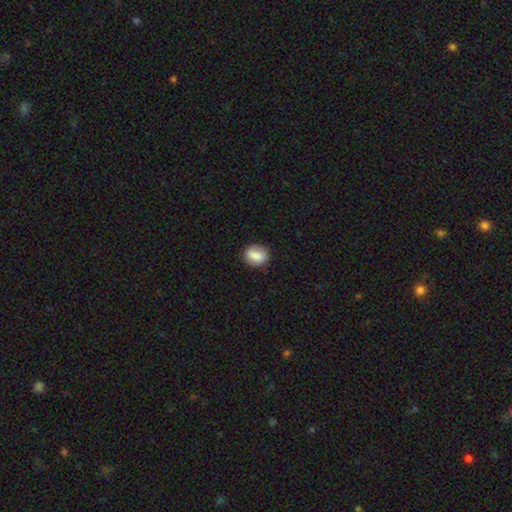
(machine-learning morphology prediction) smooth_or_featured: smooth (p=0.80) [alt: featured or disk p=0.12]
how_rounded: round (p=0.55) [alt: in between p=0.44]
merging: none (p=0.84) [alt: minor disturbance p=0.12]